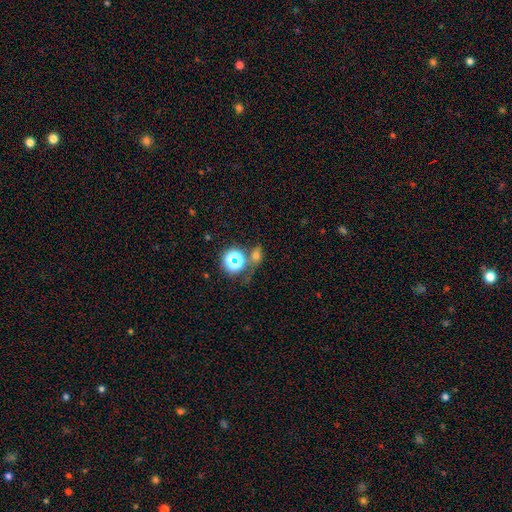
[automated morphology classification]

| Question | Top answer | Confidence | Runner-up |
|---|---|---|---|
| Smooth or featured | smooth | 50% | star or artifact (37%) |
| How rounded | round | 57% | in between (40%) |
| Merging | none | 58% | merger (18%) |